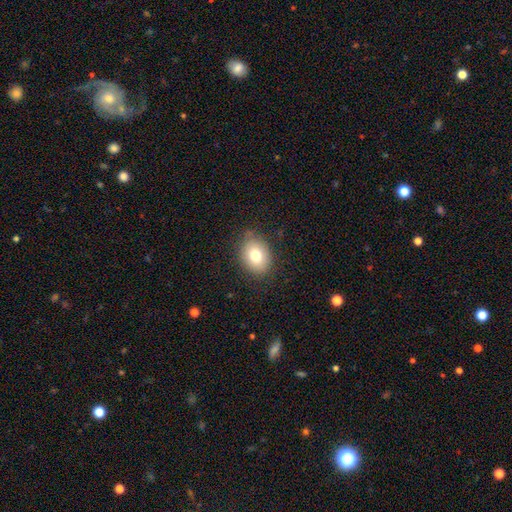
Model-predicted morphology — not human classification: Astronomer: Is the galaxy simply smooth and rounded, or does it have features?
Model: smooth — 77%.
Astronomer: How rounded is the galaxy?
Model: in between — 64%.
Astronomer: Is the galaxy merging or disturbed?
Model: none — 81%.